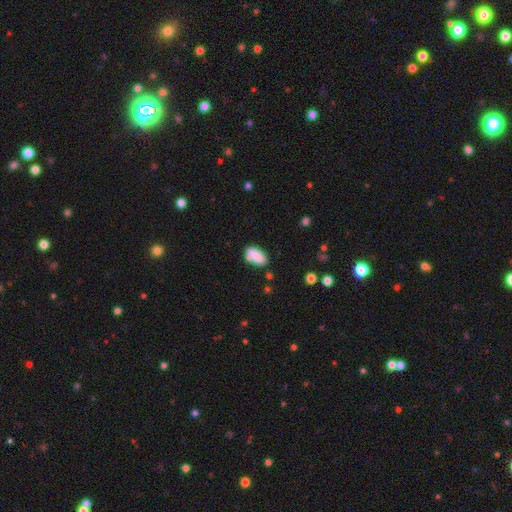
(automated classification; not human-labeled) This is clearly a smooth galaxy (85%). How rounded: clearly in between (91%). Merging: likely none (70%).